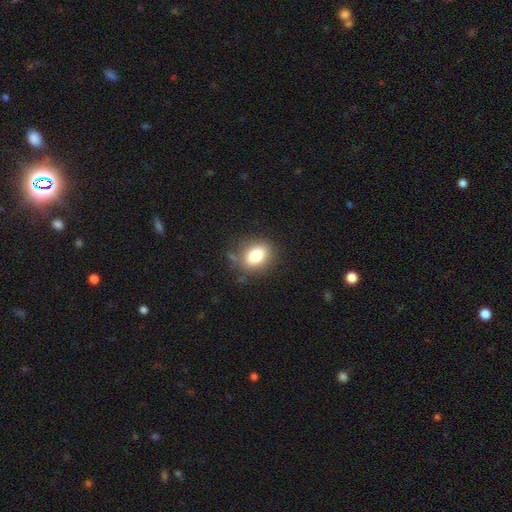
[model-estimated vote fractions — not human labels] The model was most divided on "how rounded": in between: 69%, round: 29%, cigar-shaped: 2%. More confident: smooth or featured — smooth (82%); merging — none (77%).